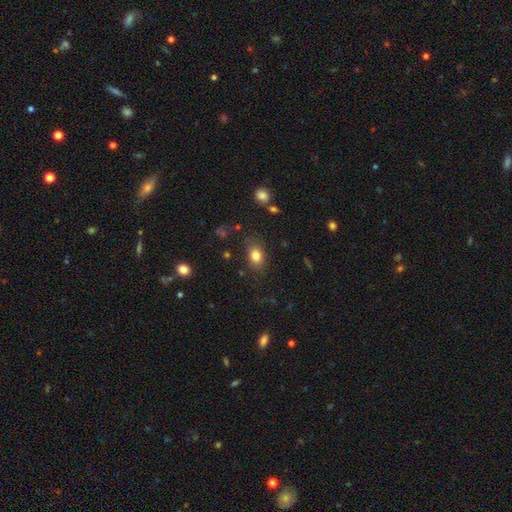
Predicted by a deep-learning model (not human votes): A smooth galaxy with no disk features (82%) that is in between round and cigar-shaped (77%). Merging: none (79%).